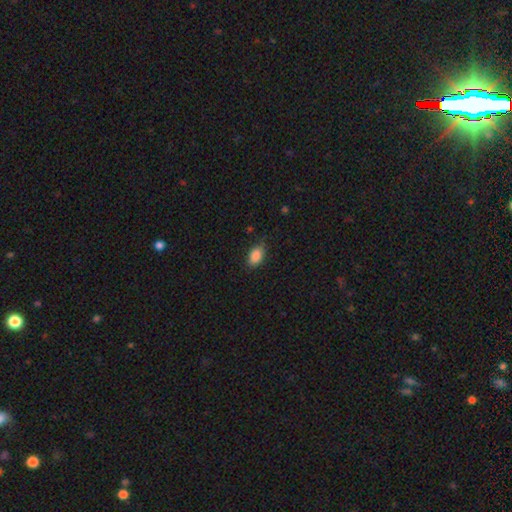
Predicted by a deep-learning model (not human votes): Smooth or featured? Predicted: smooth (p=0.87). How rounded? Predicted: in between (p=0.89). Merging? Predicted: none (p=0.78).